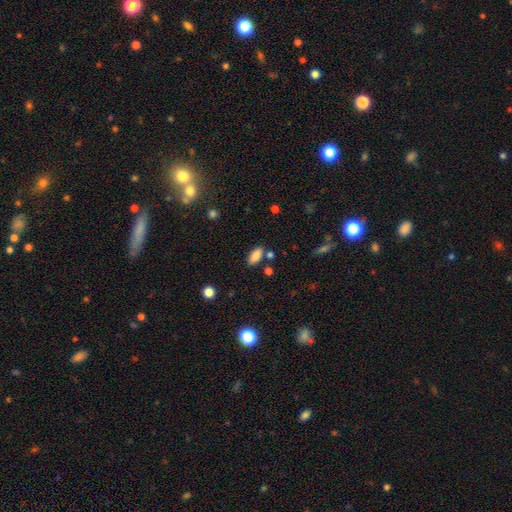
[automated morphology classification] type=smooth (86%); roundness=in between (88%); merging=none (78%).